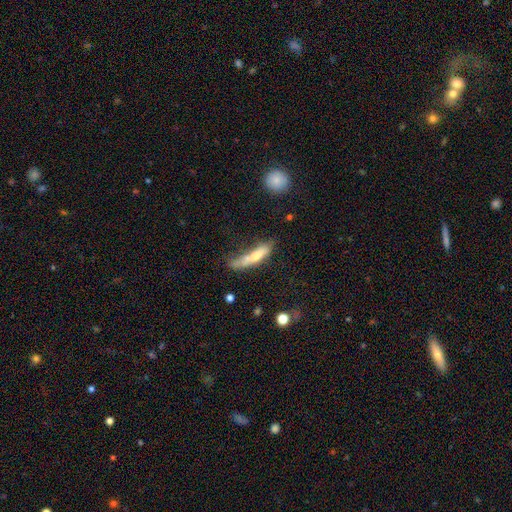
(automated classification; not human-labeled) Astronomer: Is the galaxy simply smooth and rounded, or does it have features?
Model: smooth — 63%.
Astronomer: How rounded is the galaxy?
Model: cigar-shaped — 76%.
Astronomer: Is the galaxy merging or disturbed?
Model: none — 37% (runner-up: minor disturbance, 28%).